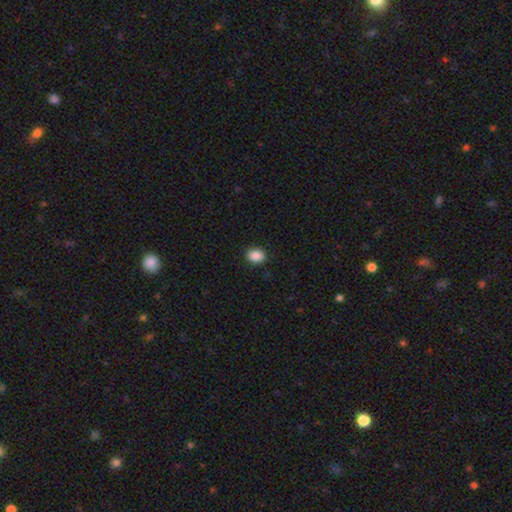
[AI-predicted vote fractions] A smooth galaxy with no disk features (88%) that is in between round and cigar-shaped (61%). Merging: none (90%).